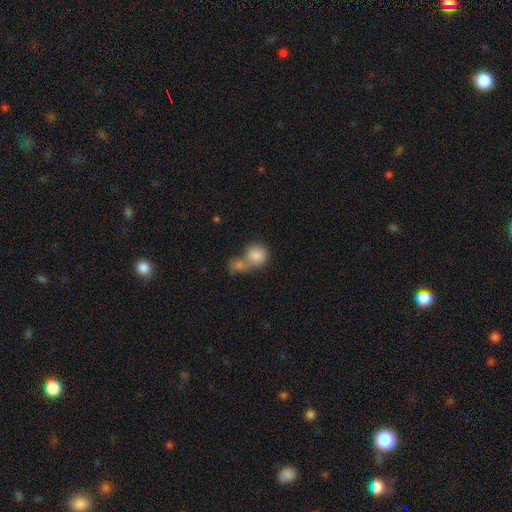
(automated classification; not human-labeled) This is clearly a smooth galaxy (81%). How rounded: likely round (77%). Merging: likely merger (61%).